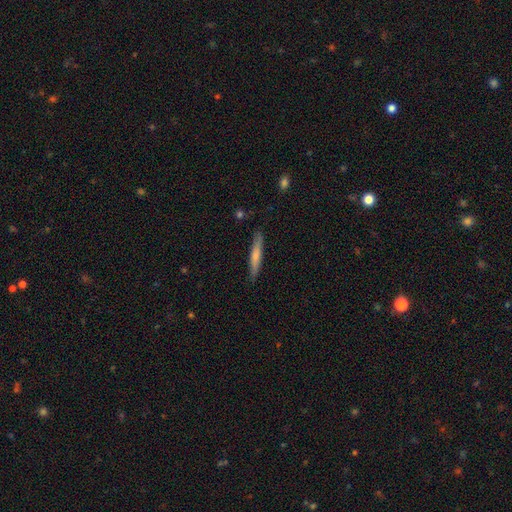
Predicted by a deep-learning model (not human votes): This appears to be a smooth galaxy with no disk features (65%) that is cigar-shaped (94%). Merging: none (88%).